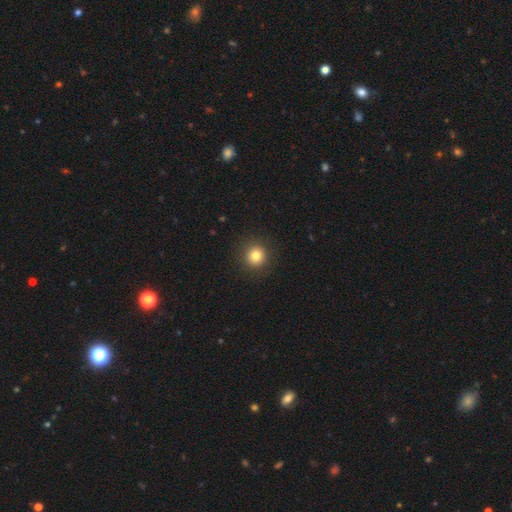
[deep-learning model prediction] Smooth or featured: smooth — 82% (star or artifact — 12%)
How rounded: round — 92% (in between — 7%)
Merging: none — 91% (minor disturbance — 6%)